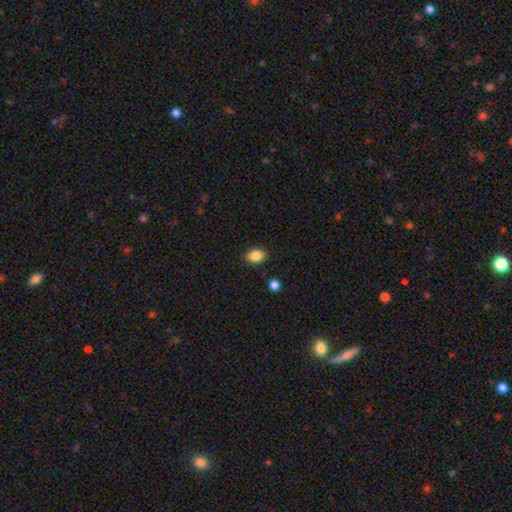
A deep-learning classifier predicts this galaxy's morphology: Smooth or featured?
  - smooth: 86% *
  - star or artifact: 9%
  - featured or disk: 5%
How rounded?
  - in between: 78% *
  - round: 21%
  - cigar-shaped: 1%
Merging?
  - none: 86% *
  - minor disturbance: 10%
  - major disturbance: 2%
  - merger: 2%